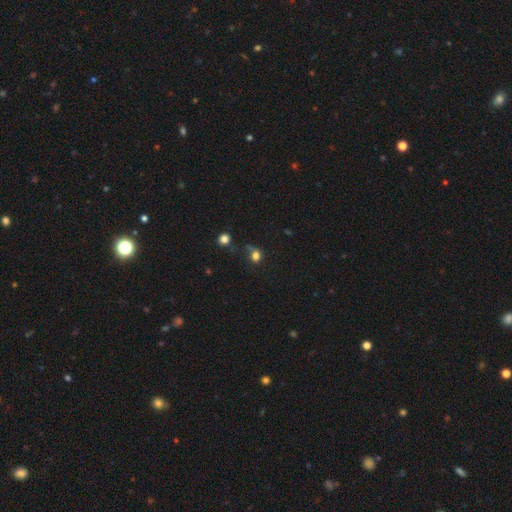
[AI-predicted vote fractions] Overall: smooth (70%). How rounded: round (63%; in between 35%). Merging: none (38%; major disturbance 29%).